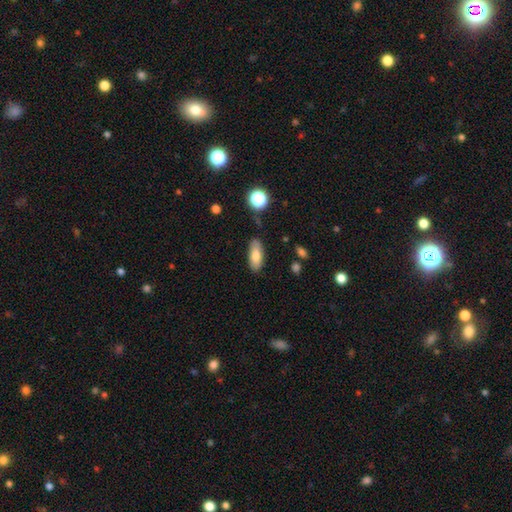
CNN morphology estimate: A smooth galaxy with no disk features (76%) that is in between round and cigar-shaped (80%).

Vote fractions:
- Smooth or featured? smooth: 76% / featured or disk: 16% / star or artifact: 8%
- How rounded? in between: 80% / cigar-shaped: 17% / round: 3%
- Merging? none: 79% / minor disturbance: 15% / major disturbance: 3% / merger: 3%